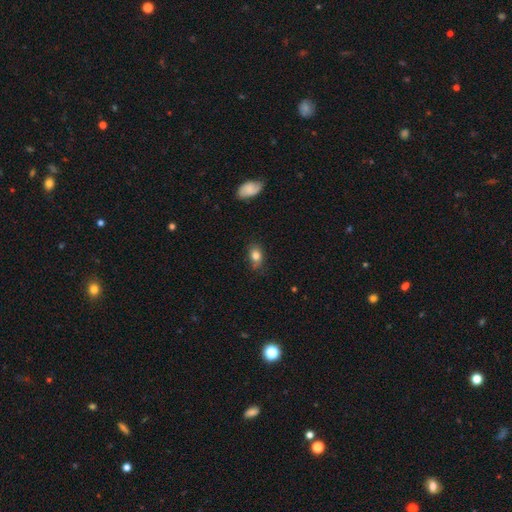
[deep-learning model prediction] smooth-or-featured: smooth: 82% | star or artifact: 9% | featured or disk: 8%
  how-rounded: in between: 73% | round: 25% | cigar-shaped: 2%
  merging: none: 67% | minor disturbance: 26% | major disturbance: 5% | merger: 2%